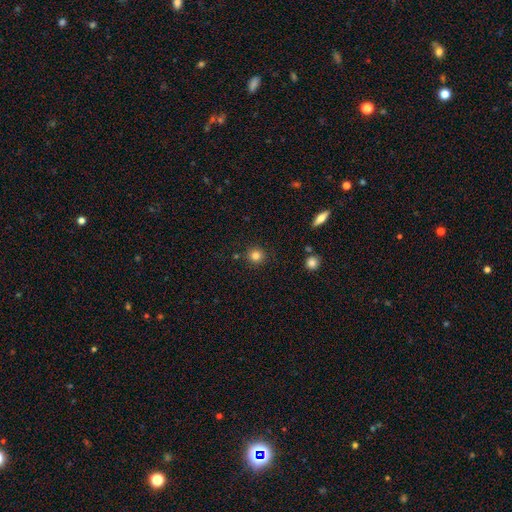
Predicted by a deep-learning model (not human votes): Morphology: type=smooth (82%); roundness=round (93%); merging=none (88%).